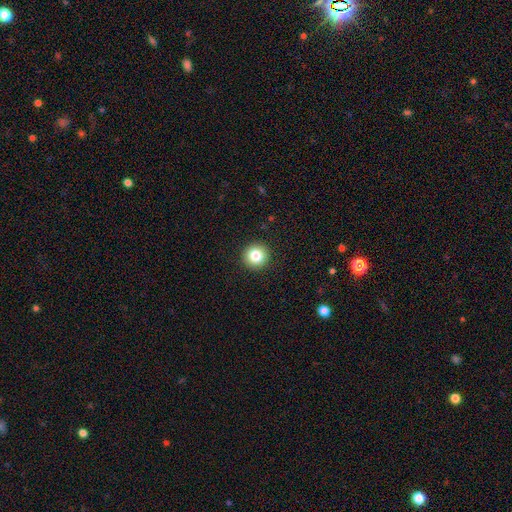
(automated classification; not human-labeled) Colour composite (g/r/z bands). It shows a smooth galaxy with no disk features (83%) that is round (95%). Merging: none (93%).